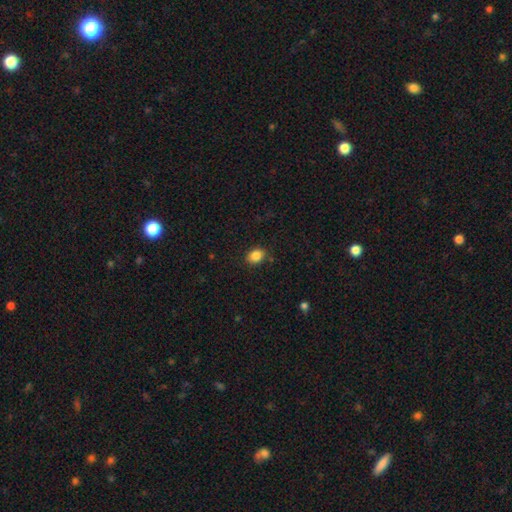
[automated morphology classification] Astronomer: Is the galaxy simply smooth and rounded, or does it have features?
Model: smooth — 86%.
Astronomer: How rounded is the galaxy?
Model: in between — 55% (runner-up: round, 44%).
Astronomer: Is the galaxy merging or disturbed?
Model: none — 84%.